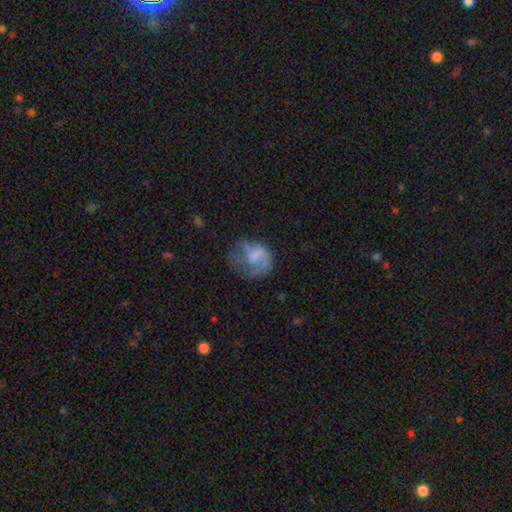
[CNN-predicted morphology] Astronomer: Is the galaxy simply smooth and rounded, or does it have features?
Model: featured or disk — 48% (runner-up: smooth, 43%).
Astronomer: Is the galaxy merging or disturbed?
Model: major disturbance — 40% (runner-up: none, 35%).